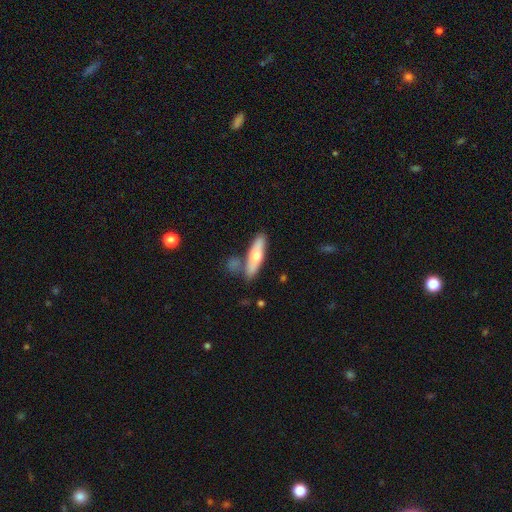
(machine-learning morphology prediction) A smooth galaxy with no disk features (57%) that is cigar-shaped (67%).

Vote fractions:
- Smooth or featured? smooth: 57% / featured or disk: 38% / star or artifact: 5%
- How rounded? cigar-shaped: 67% / in between: 31% / round: 2%
- Merging? none: 72% / minor disturbance: 14% / merger: 11% / major disturbance: 3%